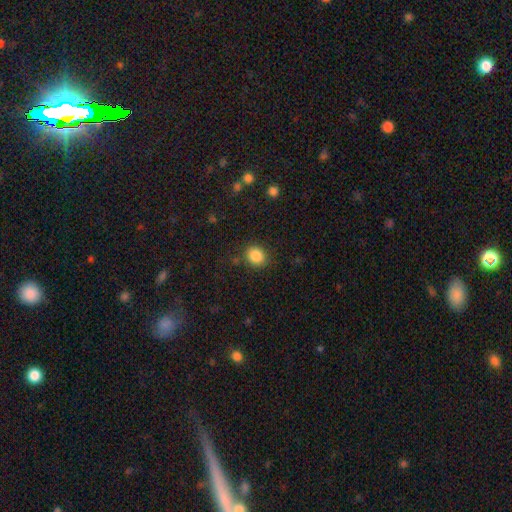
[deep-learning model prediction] smooth 86%, star or artifact 10%, featured or disk 4%. Down the decision tree: how rounded — round (67%); merging — none (85%).